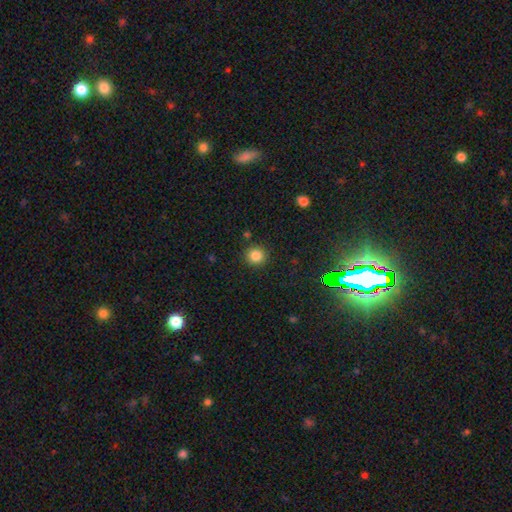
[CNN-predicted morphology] A smooth galaxy with no disk features (83%) that is round (91%). Merging: none (89%).